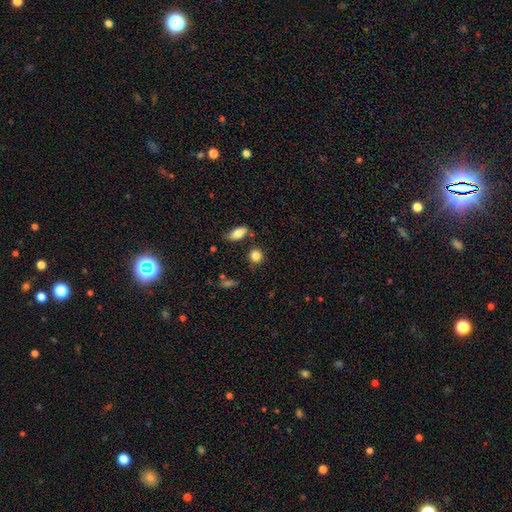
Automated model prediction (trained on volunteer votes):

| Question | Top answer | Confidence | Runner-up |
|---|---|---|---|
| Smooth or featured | smooth | 84% | star or artifact (10%) |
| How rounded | round | 80% | in between (18%) |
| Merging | none | 75% | minor disturbance (13%) |